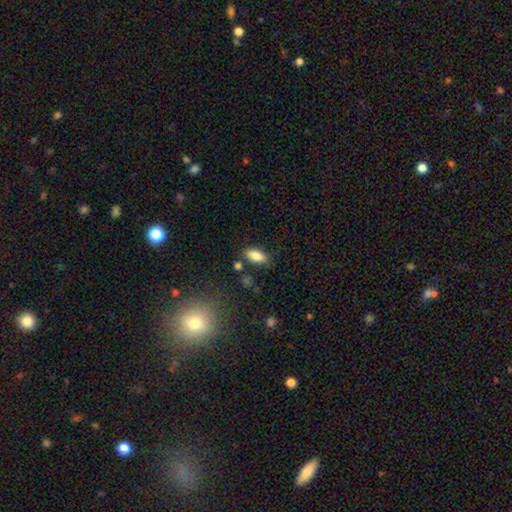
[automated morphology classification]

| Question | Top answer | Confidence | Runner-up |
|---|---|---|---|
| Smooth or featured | smooth | 85% | star or artifact (8%) |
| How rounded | in between | 88% | cigar-shaped (10%) |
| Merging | none | 78% | minor disturbance (14%) |